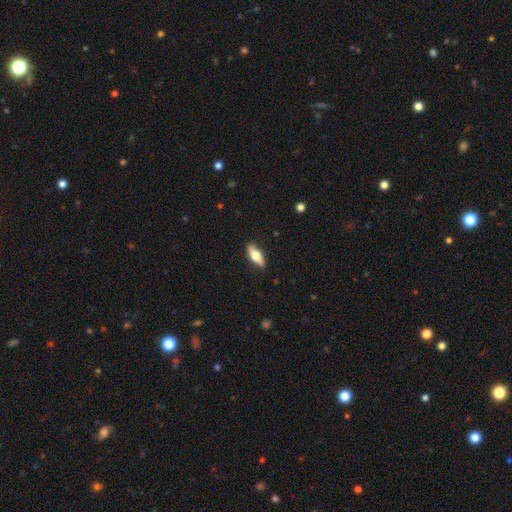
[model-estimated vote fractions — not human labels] smooth-or-featured: smooth: 63% | featured or disk: 32% | star or artifact: 6%
  how-rounded: in between: 68% | cigar-shaped: 29% | round: 3%
  merging: none: 87% | minor disturbance: 10% | major disturbance: 2% | merger: 1%